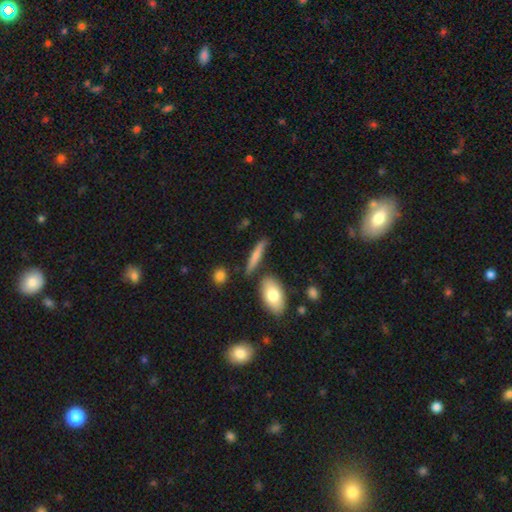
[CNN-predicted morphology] Q: Smooth or featured?
A: smooth (69%); runner-up: featured or disk (25%)
Q: How rounded?
A: cigar-shaped (80%); runner-up: in between (16%)
Q: Merging?
A: none (80%); runner-up: minor disturbance (11%)